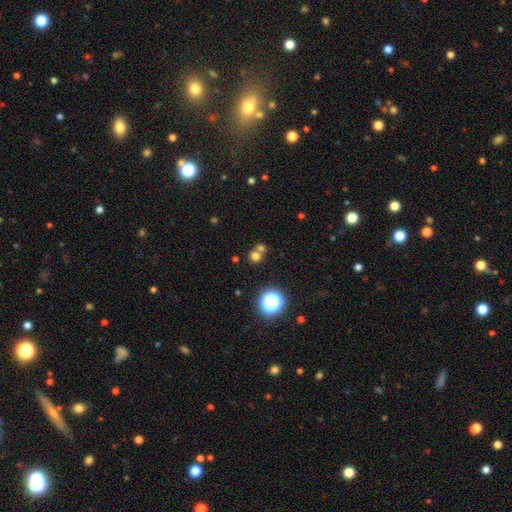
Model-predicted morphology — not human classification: A smooth galaxy with no disk features (68%) that is round (87%). Merging: none (53%).